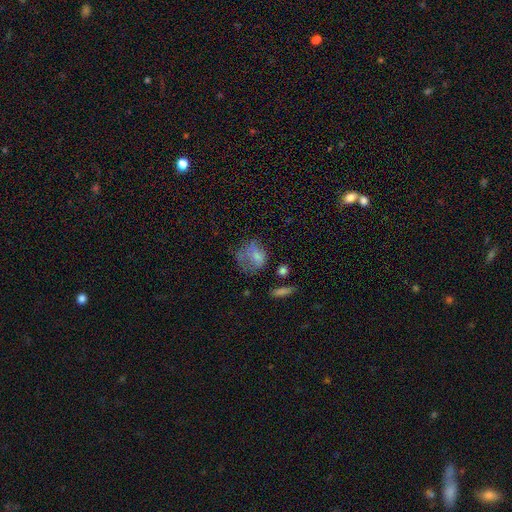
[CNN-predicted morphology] Q: Smooth or featured?
A: smooth (65%); runner-up: featured or disk (23%)
Q: How rounded?
A: round (52%); runner-up: in between (46%)
Q: Merging?
A: major disturbance (35%); runner-up: none (34%)